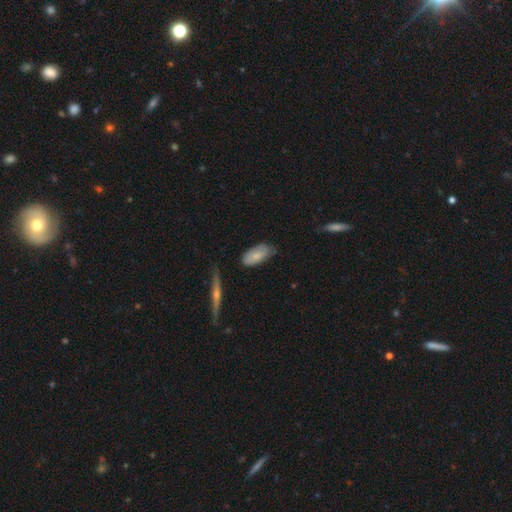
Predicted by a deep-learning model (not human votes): Smooth or featured? Predicted: smooth (p=0.75). How rounded? Predicted: in between (p=0.90). Merging? Predicted: none (p=0.64).